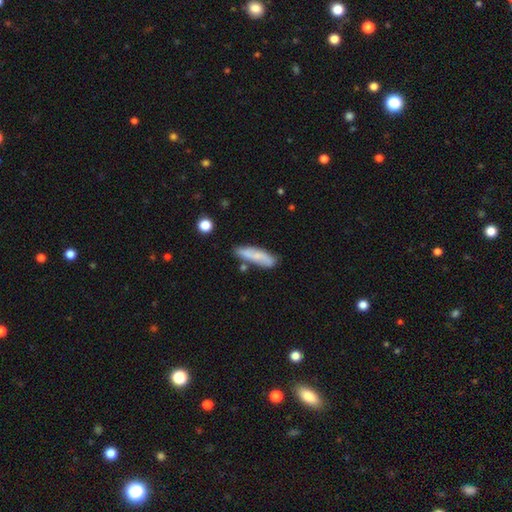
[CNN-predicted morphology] smooth_or_featured: smooth (p=0.64) [alt: featured or disk p=0.29]
how_rounded: cigar-shaped (p=0.63) [alt: in between p=0.35]
merging: none (p=0.70) [alt: minor disturbance p=0.18]